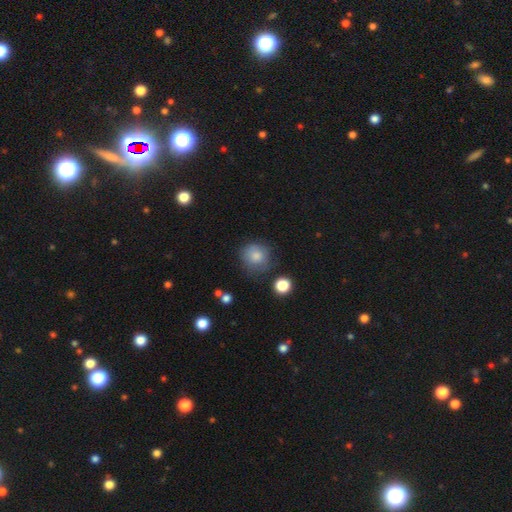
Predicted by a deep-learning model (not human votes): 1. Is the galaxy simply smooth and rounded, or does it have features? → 82% smooth, 10% star or artifact, 8% featured or disk.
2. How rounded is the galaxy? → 89% round, 10% in between, 1% cigar-shaped.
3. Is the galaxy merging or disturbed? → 72% none, 19% minor disturbance, 6% major disturbance, 3% merger.